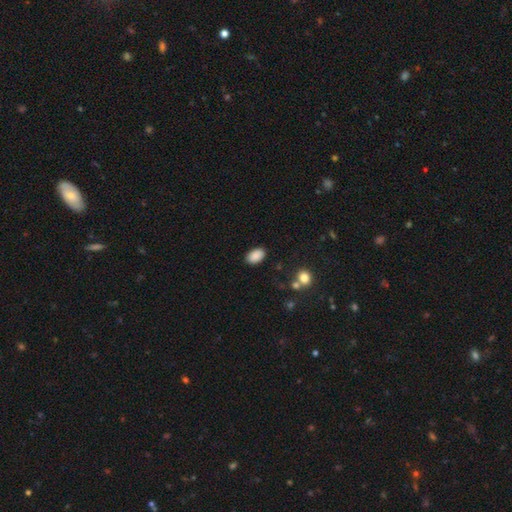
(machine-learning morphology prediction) Overall: smooth (89%). How rounded: in between (91%). Merging: none (86%).